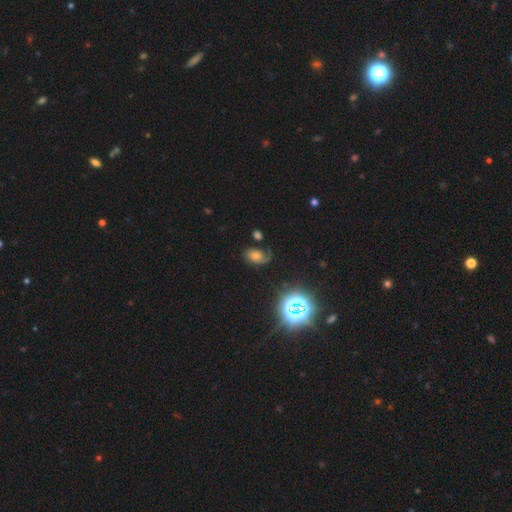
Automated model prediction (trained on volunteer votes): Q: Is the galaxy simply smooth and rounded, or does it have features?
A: featured or disk — 47%.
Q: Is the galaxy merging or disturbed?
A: none — 46%.